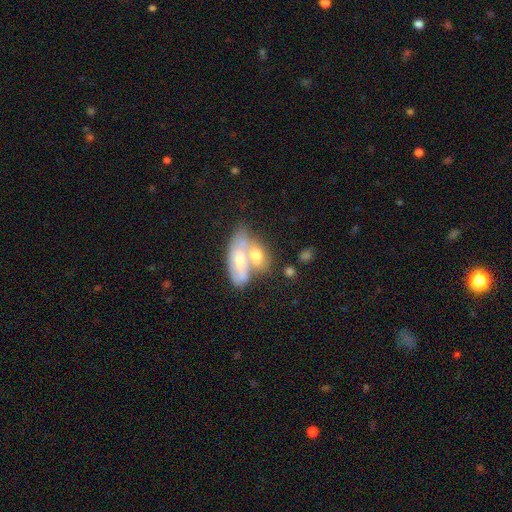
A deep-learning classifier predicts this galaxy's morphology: The model was most divided on "smooth or featured": smooth: 55%, featured or disk: 38%, star or artifact: 7%. More confident: how rounded — in between (81%); merging — merger (66%).